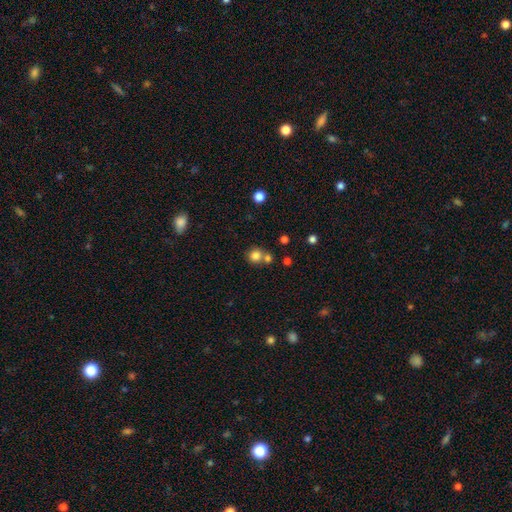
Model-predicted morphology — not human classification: smooth-or-featured: smooth: 80% | star or artifact: 12% | featured or disk: 7%
  how-rounded: round: 89% | in between: 10% | cigar-shaped: 1%
  merging: none: 58% | merger: 31% | minor disturbance: 8% | major disturbance: 3%